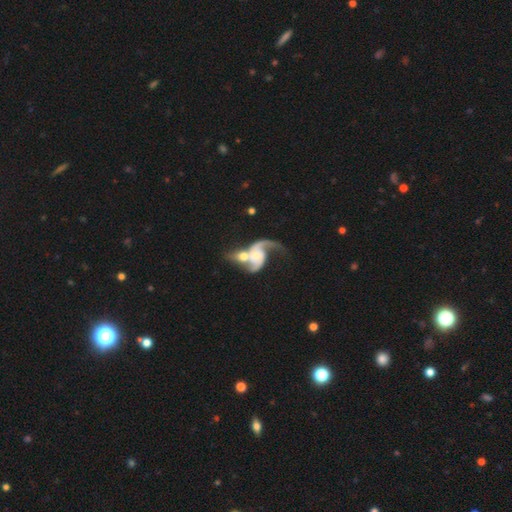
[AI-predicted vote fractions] Smooth or featured?
  - featured or disk: 81% *
  - smooth: 13%
  - star or artifact: 5%
Edge-on disk?
  - no: 97% *
  - yes: 3%
Bar?
  - no: 61% *
  - weak: 30%
  - strong: 9%
Spiral arms?
  - yes: 91% *
  - no: 9%
Spiral winding?
  - loose: 62% *
  - medium: 29%
  - tight: 9%
Spiral arm count?
  - 2: 64% *
  - 1: 27%
  - can't tell: 5%
  - 3: 2%
  - 4: 1%
  - more than 4: 1%
Bulge size?
  - small: 46% *
  - moderate: 40%
  - none: 7%
  - large: 6%
  - dominant: 2%
Merging?
  - merger: 69% *
  - major disturbance: 13%
  - none: 12%
  - minor disturbance: 6%